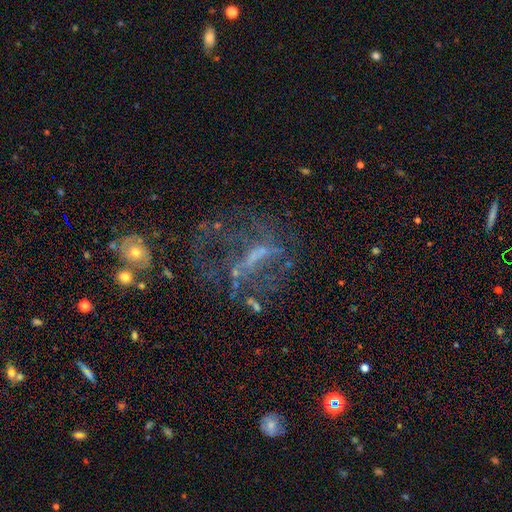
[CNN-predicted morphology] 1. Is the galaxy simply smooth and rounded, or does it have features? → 60% featured or disk, 24% star or artifact, 16% smooth.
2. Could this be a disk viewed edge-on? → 90% no, 10% yes.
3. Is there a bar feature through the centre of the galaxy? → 36% no, 34% strong, 30% weak.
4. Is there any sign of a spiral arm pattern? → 63% no, 37% yes.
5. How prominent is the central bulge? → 49% none, 28% small, 18% moderate, 3% large, 1% dominant.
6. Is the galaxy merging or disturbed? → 41% none, 38% major disturbance, 15% minor disturbance, 6% merger.